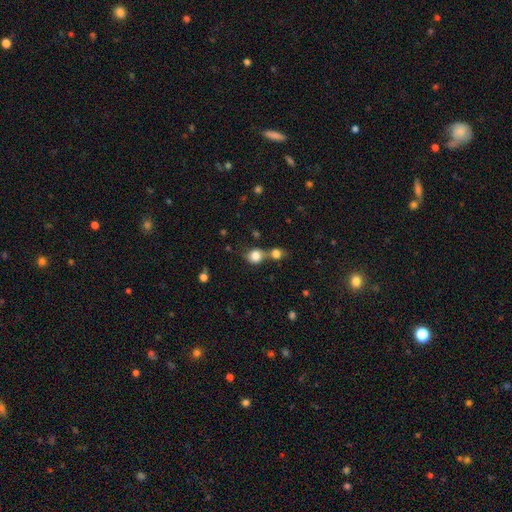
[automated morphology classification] A smooth galaxy with no disk features (82%) that is round (80%).

Vote fractions:
- Smooth or featured? smooth: 82% / star or artifact: 10% / featured or disk: 7%
- How rounded? round: 80% / in between: 19% / cigar-shaped: 1%
- Merging? merger: 44% / none: 42% / minor disturbance: 9% / major disturbance: 4%